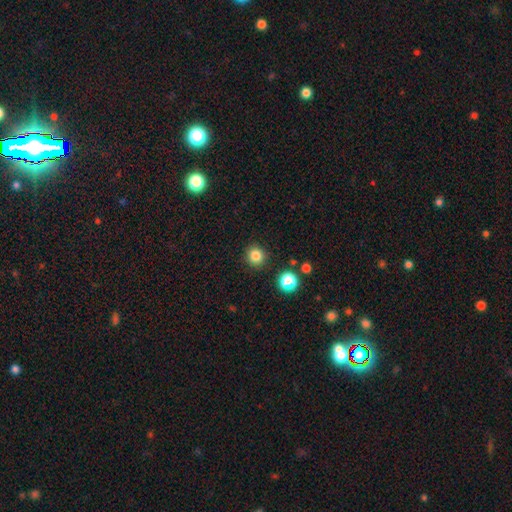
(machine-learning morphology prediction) Q: Smooth or featured?
A: smooth (83%); runner-up: star or artifact (12%)
Q: How rounded?
A: round (92%); runner-up: in between (7%)
Q: Merging?
A: none (90%); runner-up: minor disturbance (6%)